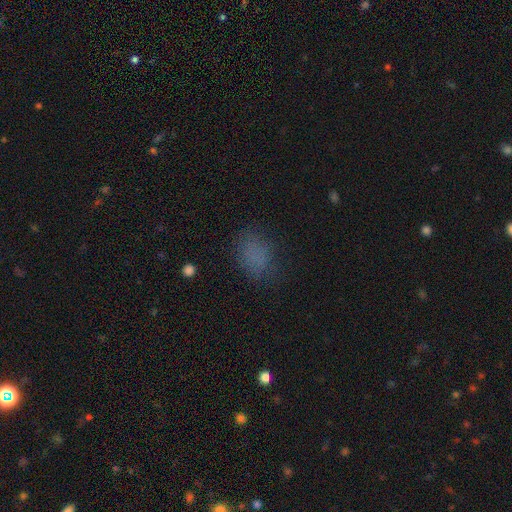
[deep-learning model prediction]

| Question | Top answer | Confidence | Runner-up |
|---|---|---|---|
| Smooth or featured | smooth | 75% | star or artifact (17%) |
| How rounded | in between | 69% | round (30%) |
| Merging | none | 72% | minor disturbance (17%) |